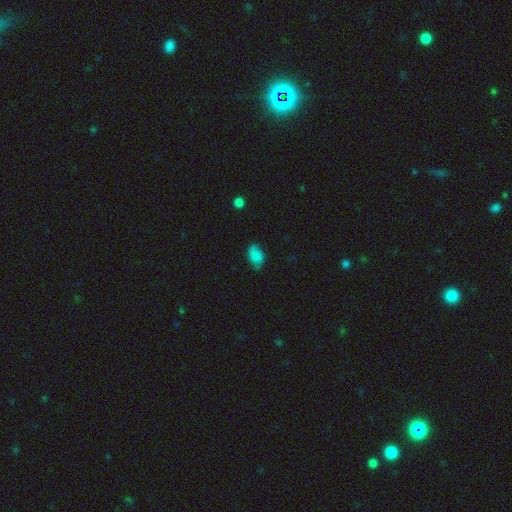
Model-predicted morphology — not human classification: type=smooth (78%); roundness=in between (84%); merging=none (57%).